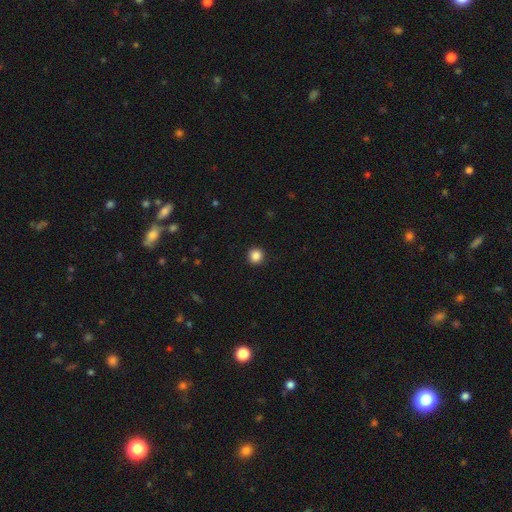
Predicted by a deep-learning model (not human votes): The model was most divided on "smooth or featured": smooth: 86%, star or artifact: 10%, featured or disk: 3%. More confident: how rounded — round (95%); merging — none (93%).